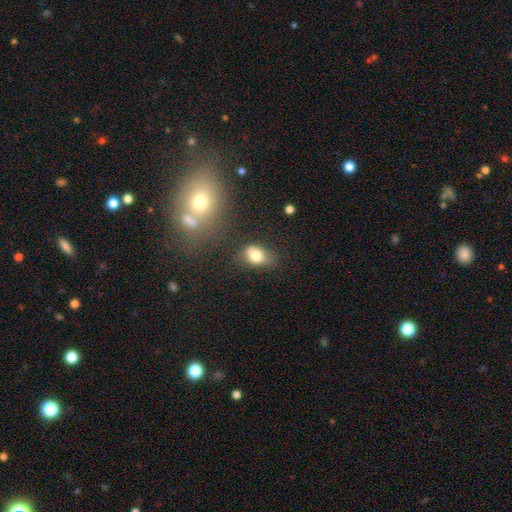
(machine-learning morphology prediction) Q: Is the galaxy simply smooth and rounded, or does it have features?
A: smooth — 77%.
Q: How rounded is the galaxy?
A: in between — 76%.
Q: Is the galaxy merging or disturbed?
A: none — 53%.